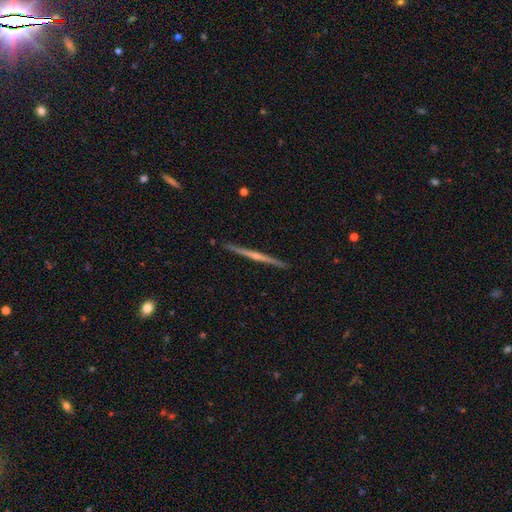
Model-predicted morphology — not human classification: Q: Smooth or featured?
A: featured or disk (70%); runner-up: smooth (20%)
Q: Edge-on disk?
A: yes (97%); runner-up: no (3%)
Q: Edge-on bulge?
A: rounded (55%); runner-up: none (36%)
Q: Merging?
A: none (90%); runner-up: minor disturbance (7%)